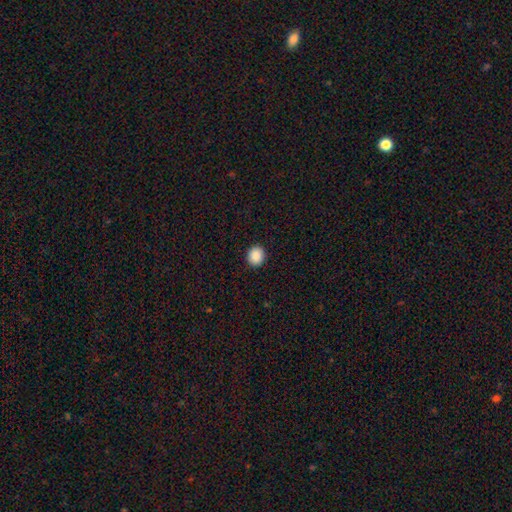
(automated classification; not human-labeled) A smooth galaxy with no disk features (89%) that is round (79%).

Vote fractions:
- Smooth or featured? smooth: 89% / star or artifact: 8% / featured or disk: 2%
- How rounded? round: 79% / in between: 21% / cigar-shaped: 1%
- Merging? none: 91% / minor disturbance: 6% / major disturbance: 2% / merger: 1%